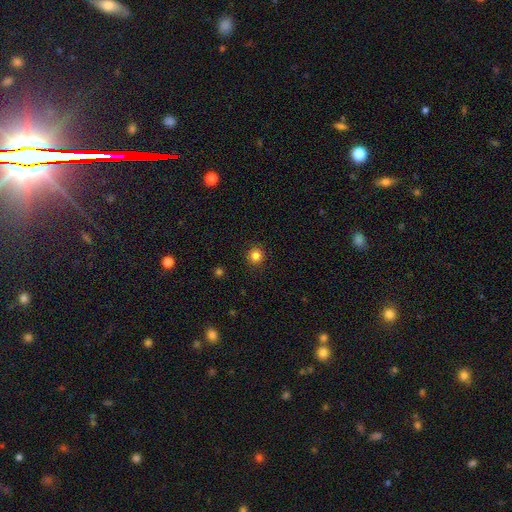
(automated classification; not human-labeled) Smooth or featured?
  - smooth: 83% *
  - star or artifact: 12%
  - featured or disk: 4%
How rounded?
  - round: 93% *
  - in between: 6%
  - cigar-shaped: 1%
Merging?
  - none: 92% *
  - minor disturbance: 5%
  - major disturbance: 2%
  - merger: 1%